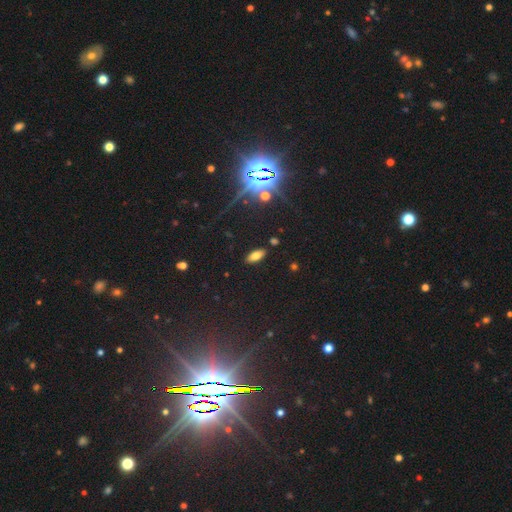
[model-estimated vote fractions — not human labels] Smooth or featured: smooth — 74% (star or artifact — 16%)
How rounded: in between — 88% (cigar-shaped — 9%)
Merging: none — 88% (minor disturbance — 8%)